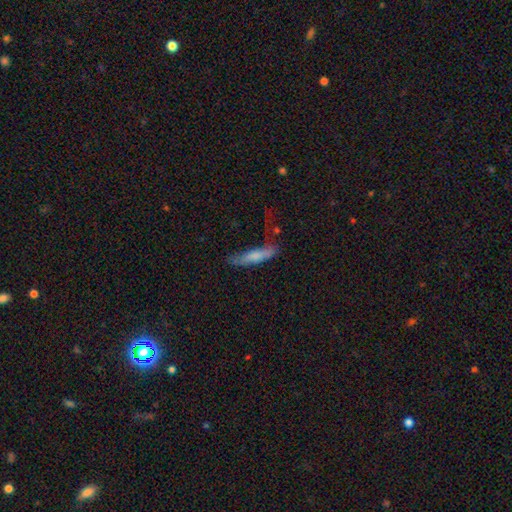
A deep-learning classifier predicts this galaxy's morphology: This appears to be a smooth galaxy with no disk features (69%) that is cigar-shaped (83%). Merging: none (56%).